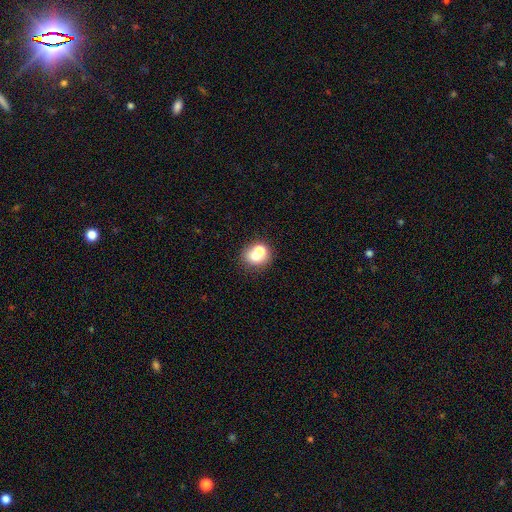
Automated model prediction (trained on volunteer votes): A smooth galaxy with no disk features (67%) that is round (64%).

Vote fractions:
- Smooth or featured? smooth: 67% / featured or disk: 21% / star or artifact: 12%
- How rounded? round: 64% / in between: 35% / cigar-shaped: 1%
- Merging? merger: 47% / none: 37% / minor disturbance: 10% / major disturbance: 6%